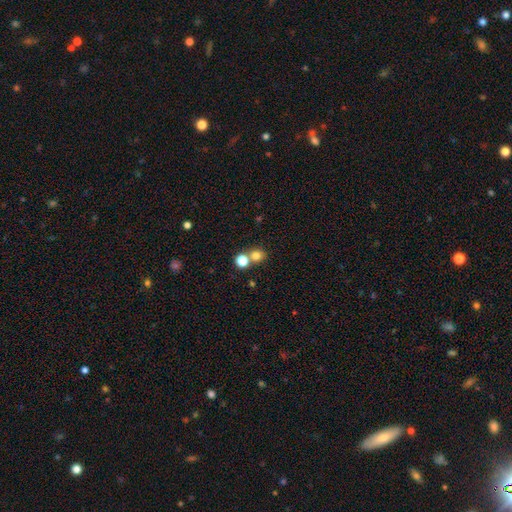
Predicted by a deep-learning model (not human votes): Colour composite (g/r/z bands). It shows a smooth galaxy with no disk features (77%) that is round (81%). Merging: none (56%).